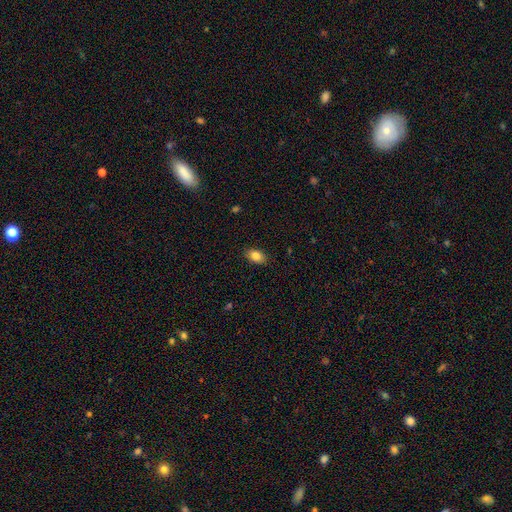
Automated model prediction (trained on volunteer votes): The model was most divided on "smooth or featured": smooth: 85%, star or artifact: 8%, featured or disk: 6%. More confident: how rounded — in between (88%); merging — none (87%).